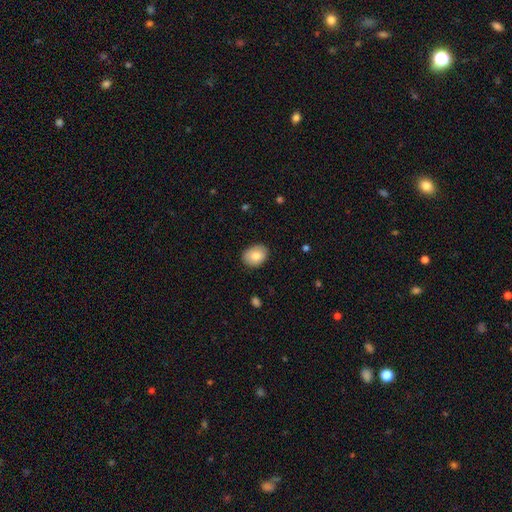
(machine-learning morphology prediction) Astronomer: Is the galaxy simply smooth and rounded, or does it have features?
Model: smooth — 82%.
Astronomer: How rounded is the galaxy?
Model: in between — 67%.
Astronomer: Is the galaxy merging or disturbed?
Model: none — 85%.